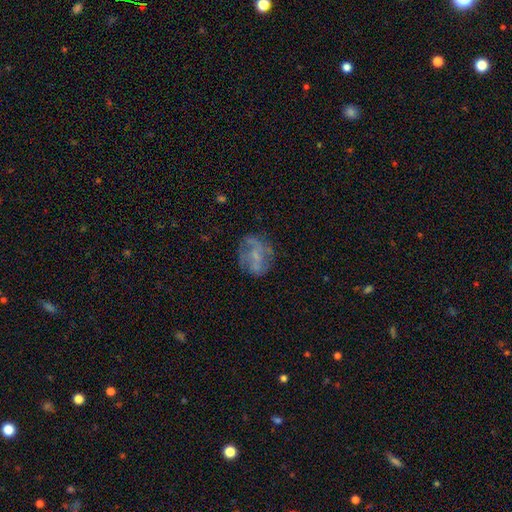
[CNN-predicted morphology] Overall: featured or disk (51%; smooth 37%). Edge-on disk: no (97%). Merging: none (60%; minor disturbance 21%).